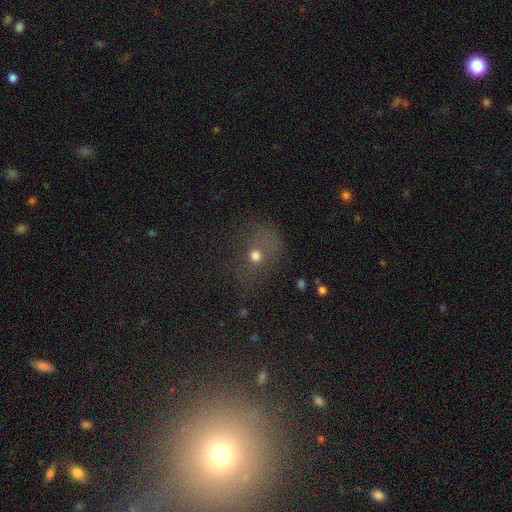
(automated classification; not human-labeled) Overall: smooth (60%; star or artifact 22%). How rounded: round (61%; in between 36%). Merging: none (53%; major disturbance 21%).